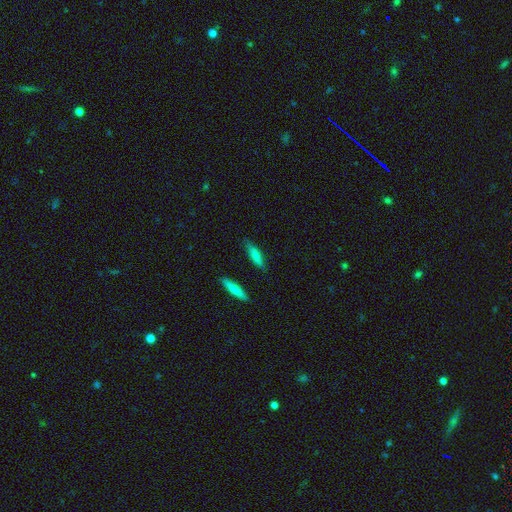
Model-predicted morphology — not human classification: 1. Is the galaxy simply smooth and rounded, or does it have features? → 72% smooth, 21% featured or disk, 7% star or artifact.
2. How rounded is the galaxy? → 71% cigar-shaped, 27% in between, 2% round.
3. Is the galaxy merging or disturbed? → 81% none, 13% minor disturbance, 3% merger, 3% major disturbance.